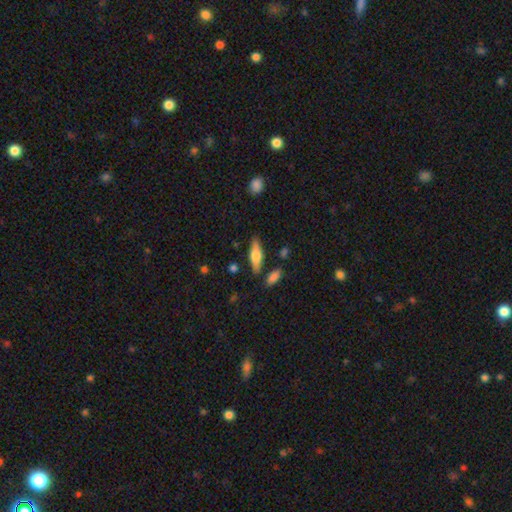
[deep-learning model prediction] Smooth or featured?
  - smooth: 56% *
  - featured or disk: 38%
  - star or artifact: 7%
How rounded?
  - cigar-shaped: 51% *
  - in between: 46%
  - round: 3%
Merging?
  - none: 82% *
  - minor disturbance: 11%
  - merger: 4%
  - major disturbance: 3%